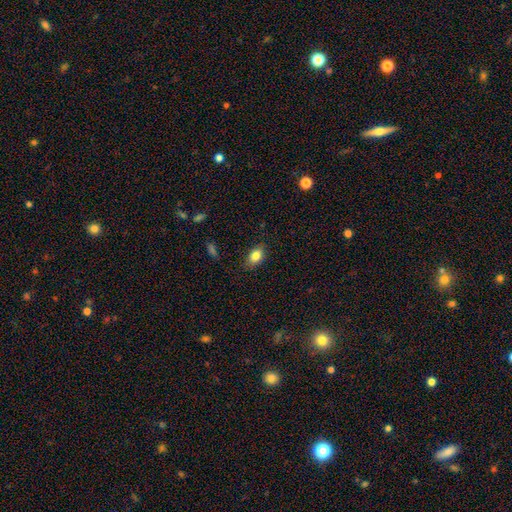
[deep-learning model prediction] Overall: smooth (83%). How rounded: in between (85%). Merging: none (83%).